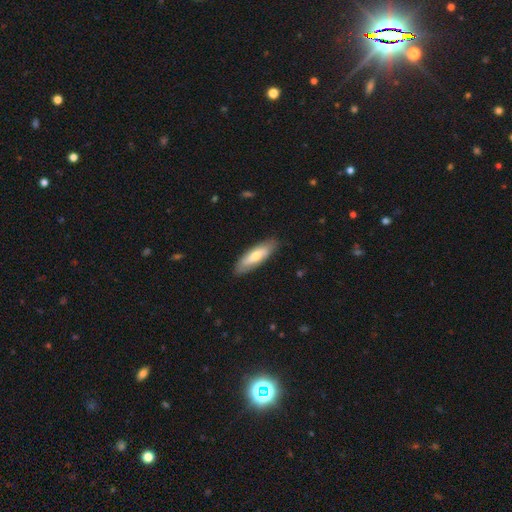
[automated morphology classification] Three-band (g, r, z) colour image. It shows a smooth galaxy with no disk features (57%) that is in between round and cigar-shaped (52%). Merging: none (85%).